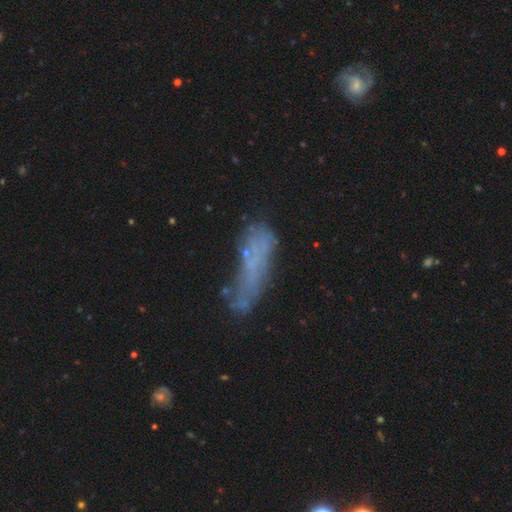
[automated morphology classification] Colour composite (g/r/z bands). It shows a smooth galaxy with no disk features (47%). Merging: none (49%).